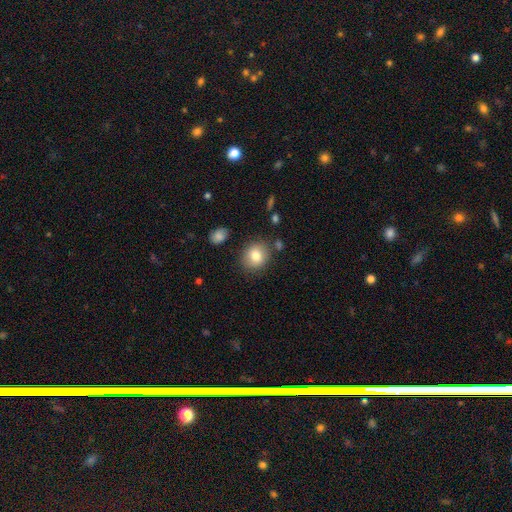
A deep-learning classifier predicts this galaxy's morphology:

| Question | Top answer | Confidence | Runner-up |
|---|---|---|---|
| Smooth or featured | smooth | 80% | featured or disk (11%) |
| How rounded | round | 75% | in between (24%) |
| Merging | none | 83% | minor disturbance (10%) |